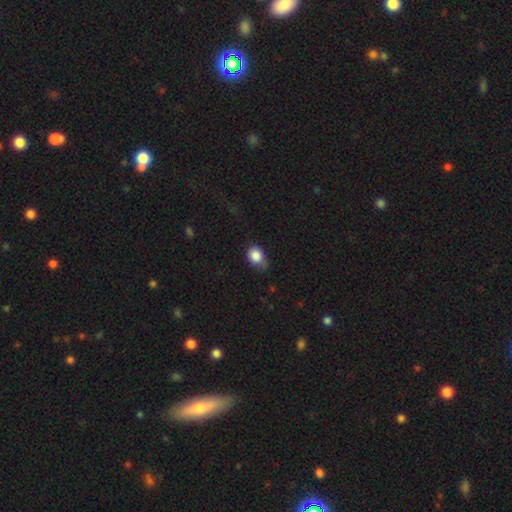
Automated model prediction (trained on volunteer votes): Q: Smooth or featured?
A: smooth (86%); runner-up: star or artifact (9%)
Q: How rounded?
A: round (54%); runner-up: in between (45%)
Q: Merging?
A: none (51%); runner-up: minor disturbance (38%)